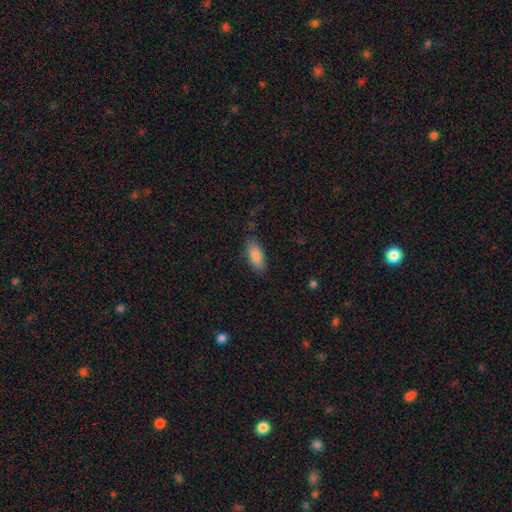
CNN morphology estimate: A smooth galaxy with no disk features (87%) that is in between round and cigar-shaped (82%). Merging: none (82%).